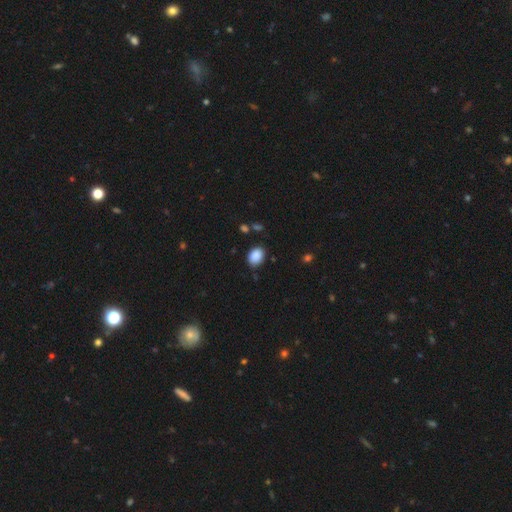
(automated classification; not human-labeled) Morphology: type=smooth (89%); roundness=in between (72%); merging=none (83%).